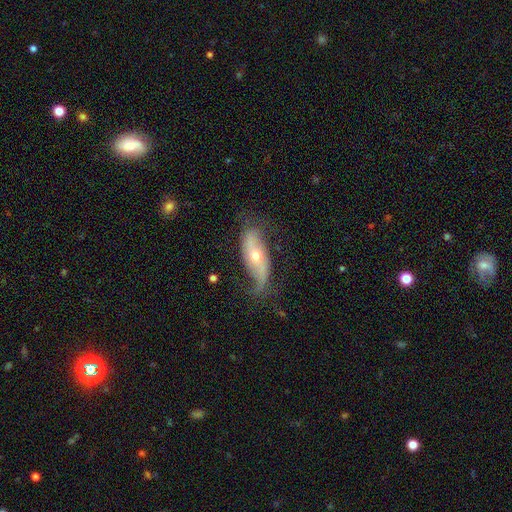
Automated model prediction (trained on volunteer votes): A featured or disk galaxy (70%) with no bar (64%), spiral arms (83%) and a moderate central bulge (58%).

Vote fractions:
- Smooth or featured? featured or disk: 70% / smooth: 23% / star or artifact: 7%
- Edge-on disk? no: 81% / yes: 19%
- Bar? no: 64% / weak: 21% / strong: 15%
- Spiral arms? yes: 83% / no: 17%
- Bulge size? moderate: 58% / small: 37% / large: 3% / dominant: 1% / none: 1%
- Merging? none: 54% / minor disturbance: 29% / major disturbance: 15% / merger: 2%